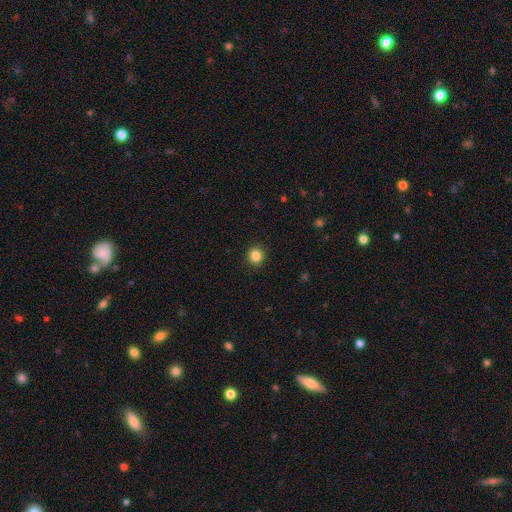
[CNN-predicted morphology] Smooth or featured?
  - smooth: 85% *
  - star or artifact: 11%
  - featured or disk: 4%
How rounded?
  - round: 91% *
  - in between: 8%
  - cigar-shaped: 1%
Merging?
  - none: 92% *
  - minor disturbance: 5%
  - major disturbance: 2%
  - merger: 1%